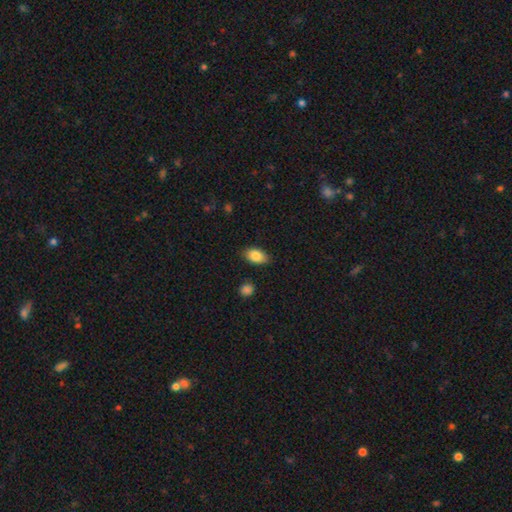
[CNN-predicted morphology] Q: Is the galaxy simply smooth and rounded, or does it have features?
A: smooth — 86%.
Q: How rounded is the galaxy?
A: in between — 91%.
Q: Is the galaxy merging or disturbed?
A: none — 84%.